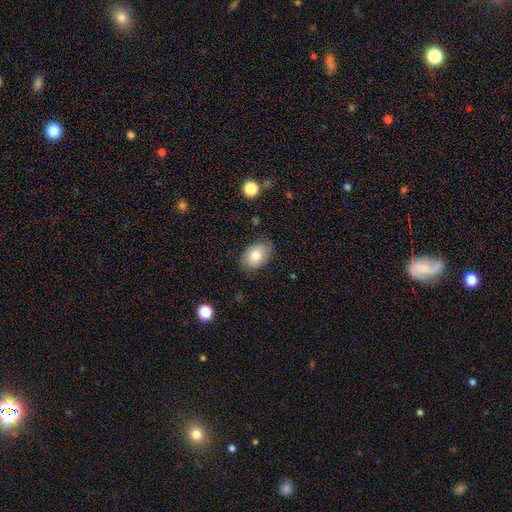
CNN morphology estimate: The model was most divided on "merging": none: 78%, minor disturbance: 17%, major disturbance: 3%, merger: 1%. More confident: how rounded — in between (80%); smooth or featured — smooth (78%).